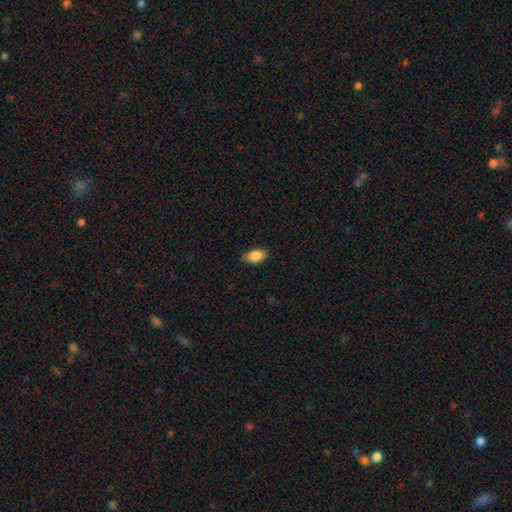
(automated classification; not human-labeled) Morphology: type=smooth (87%); roundness=in between (92%); merging=none (84%).